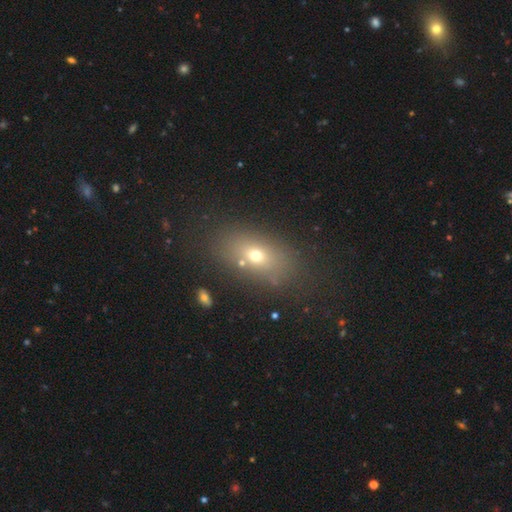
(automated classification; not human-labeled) A smooth galaxy with no disk features (63%) that is in between round and cigar-shaped (76%).

Vote fractions:
- Smooth or featured? smooth: 63% / featured or disk: 19% / star or artifact: 17%
- How rounded? in between: 76% / round: 20% / cigar-shaped: 4%
- Merging? none: 77% / minor disturbance: 12% / major disturbance: 7% / merger: 5%